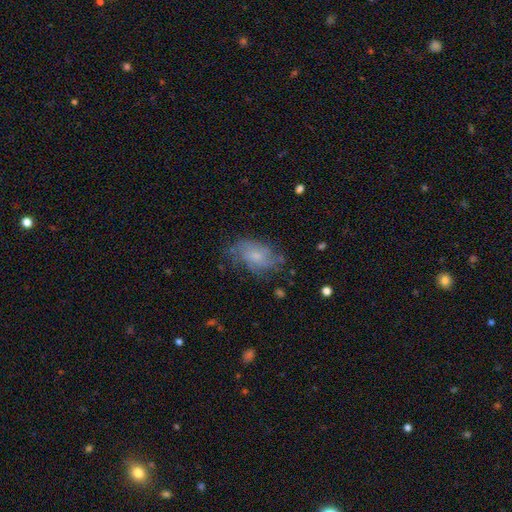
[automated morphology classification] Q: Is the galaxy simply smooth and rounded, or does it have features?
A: featured or disk — 48%.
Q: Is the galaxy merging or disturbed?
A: none — 59%.